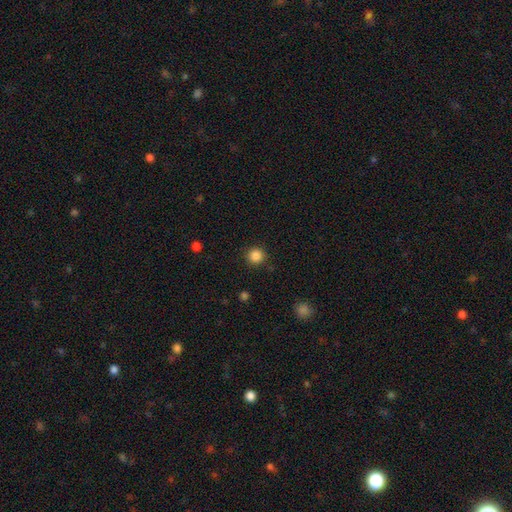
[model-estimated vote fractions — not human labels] smooth_or_featured: smooth (p=0.86) [alt: star or artifact p=0.11]
how_rounded: round (p=0.94) [alt: in between p=0.05]
merging: none (p=0.90) [alt: minor disturbance p=0.07]